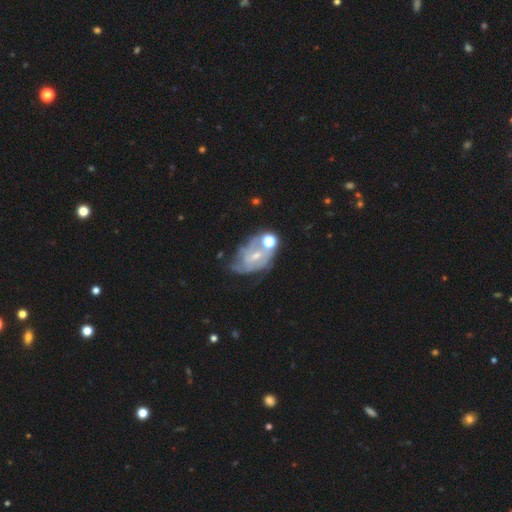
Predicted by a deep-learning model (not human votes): The model was most divided on "bar" (2-way tie): no: 42%, weak: 42%, strong: 15%. Remaining: edge-on disk — no (96%); smooth or featured — featured or disk (68%); spiral arms — yes (68%); bulge size — small (61%); merging — none (35%).